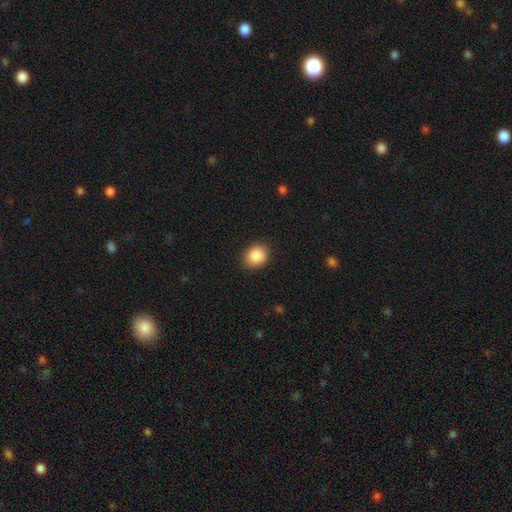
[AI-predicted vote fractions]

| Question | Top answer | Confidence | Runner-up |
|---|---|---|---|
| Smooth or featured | smooth | 87% | star or artifact (8%) |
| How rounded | round | 72% | in between (27%) |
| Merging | none | 88% | minor disturbance (9%) |